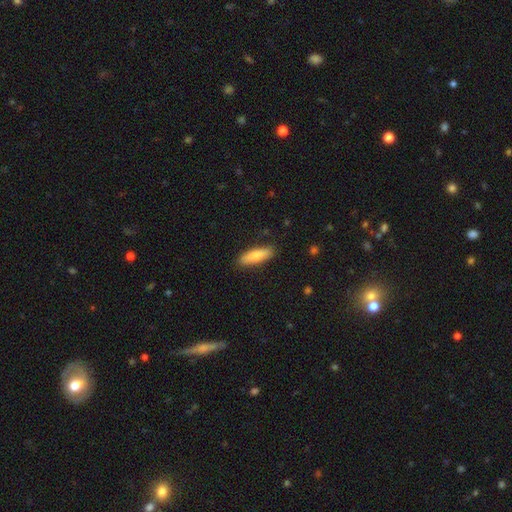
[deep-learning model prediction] A smooth galaxy with no disk features (81%) that is cigar-shaped (56%). Merging: none (87%).